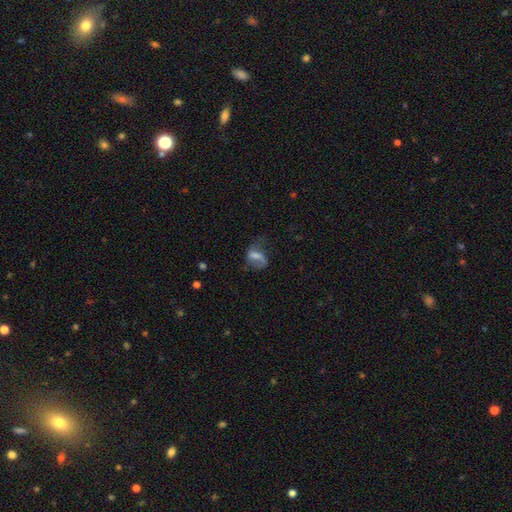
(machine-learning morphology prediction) Smooth or featured? featured or disk (54%)
Edge-on disk? no (94%)
Bar? weak (40%)
Spiral arms? yes (72%)
Bulge size? none (31%)
Merging? none (45%)